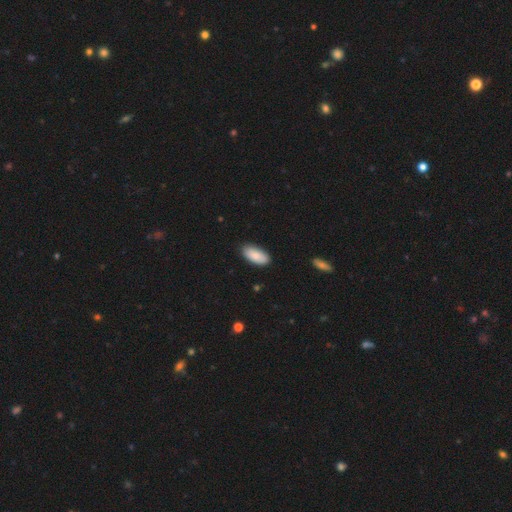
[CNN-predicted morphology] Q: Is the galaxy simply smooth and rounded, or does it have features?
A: smooth — 88%.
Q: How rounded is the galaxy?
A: in between — 92%.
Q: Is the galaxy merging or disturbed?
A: none — 86%.